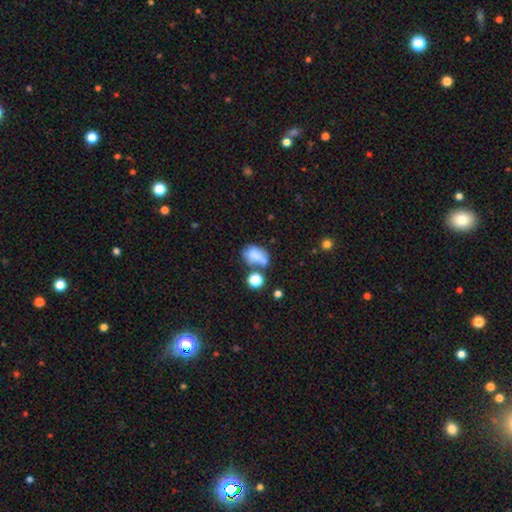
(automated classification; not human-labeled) A smooth galaxy with no disk features (71%) that is in between round and cigar-shaped (80%). Merging: merger (32%).